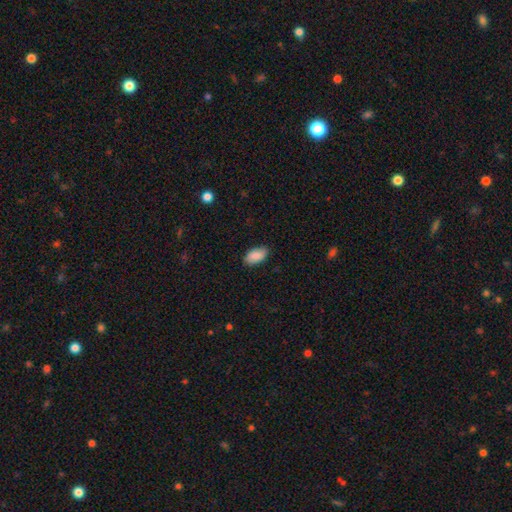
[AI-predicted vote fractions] This is clearly a smooth galaxy (89%). How rounded: clearly in between (94%). Merging: clearly none (84%).